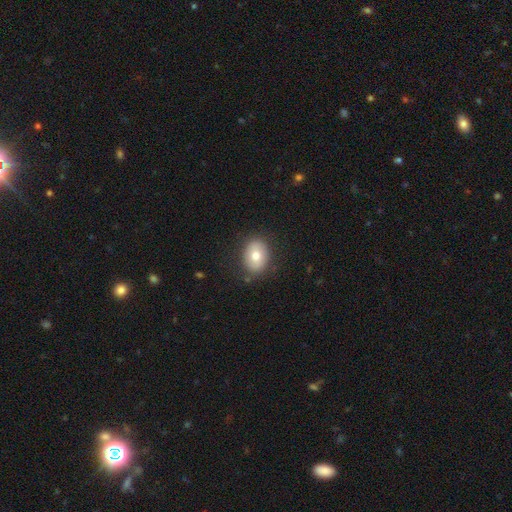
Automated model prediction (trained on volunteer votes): Smooth or featured: smooth — 74% (featured or disk — 18%)
How rounded: in between — 68% (round — 31%)
Merging: none — 84% (minor disturbance — 12%)